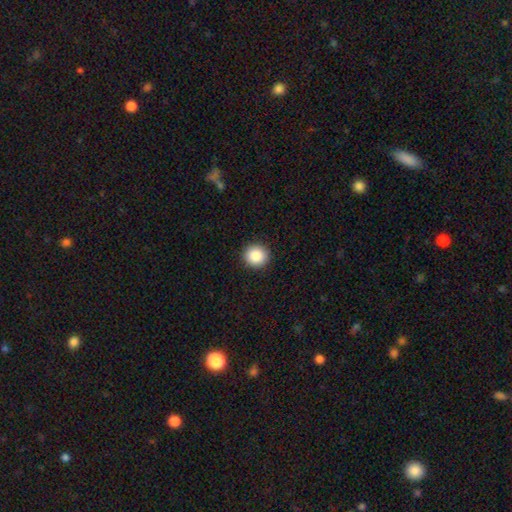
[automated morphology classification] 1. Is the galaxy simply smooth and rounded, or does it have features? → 87% smooth, 9% star or artifact, 4% featured or disk.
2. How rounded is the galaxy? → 92% round, 7% in between, 1% cigar-shaped.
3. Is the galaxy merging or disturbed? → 93% none, 5% minor disturbance, 2% major disturbance, 1% merger.